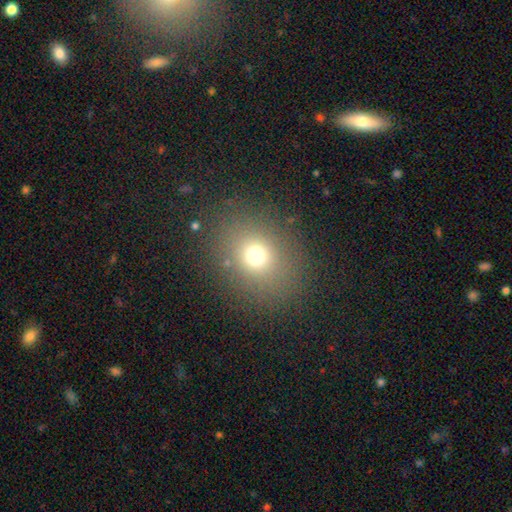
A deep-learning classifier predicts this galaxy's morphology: type=smooth (71%); roundness=round (63%); merging=none (85%).